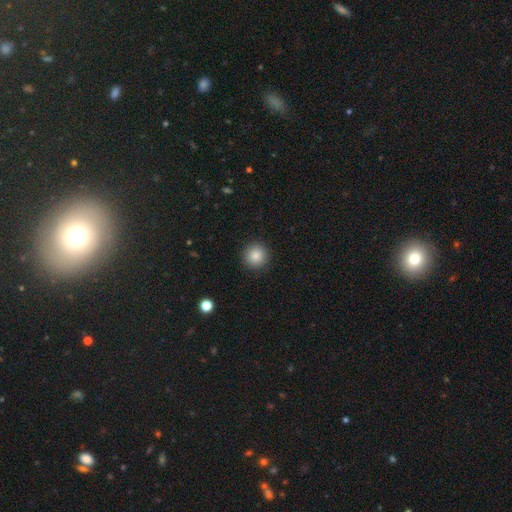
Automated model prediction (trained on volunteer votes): Smooth or featured: smooth — 86% (star or artifact — 10%)
How rounded: round — 94% (in between — 5%)
Merging: none — 92% (minor disturbance — 5%)